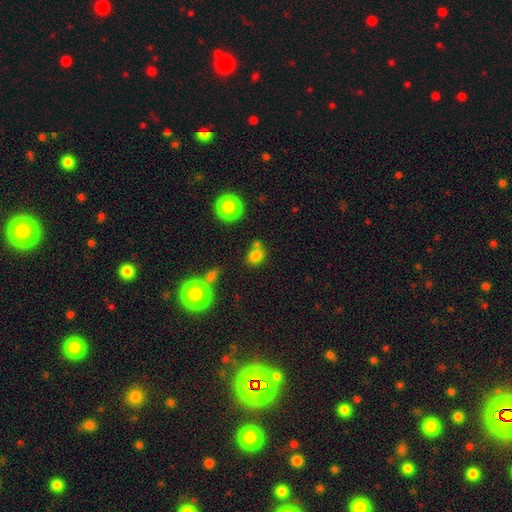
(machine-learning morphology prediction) A smooth galaxy with no disk features (78%) that is round (58%). Merging: none (60%).